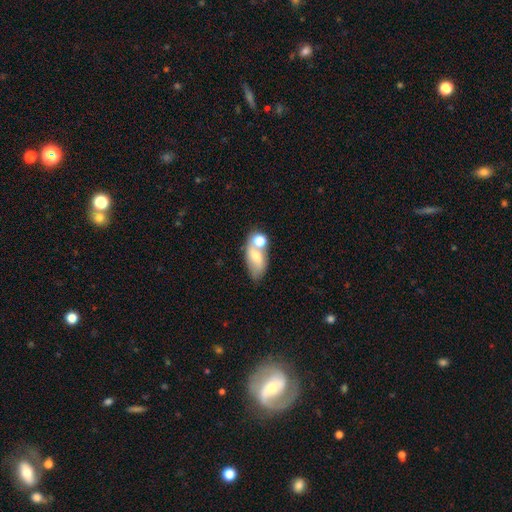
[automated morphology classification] Smooth or featured? Predicted: smooth (p=0.63). How rounded? Predicted: in between (p=0.84). Merging? Predicted: merger (p=0.41).